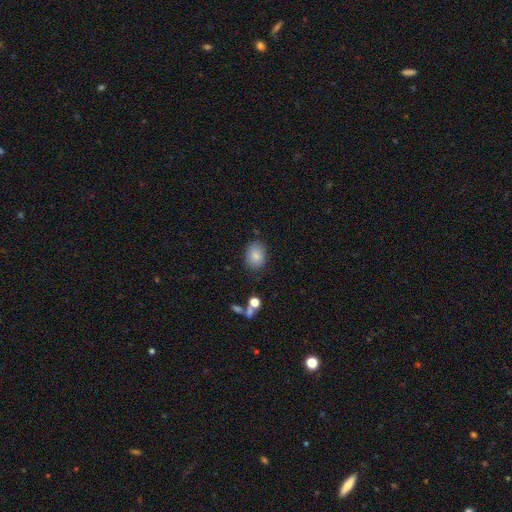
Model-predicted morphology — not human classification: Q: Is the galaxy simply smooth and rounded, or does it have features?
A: smooth — 83%.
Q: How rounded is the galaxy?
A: in between — 67%.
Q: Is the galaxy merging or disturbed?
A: none — 82%.